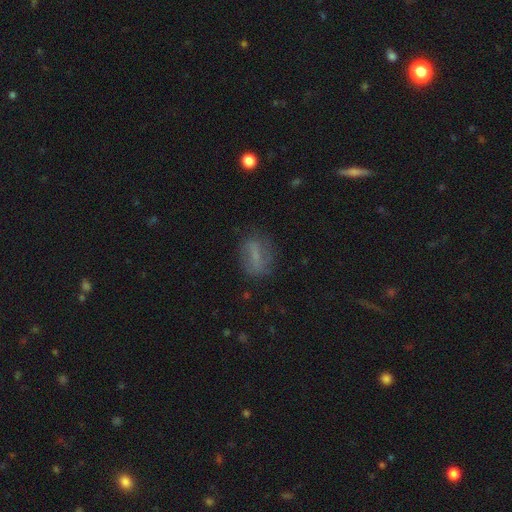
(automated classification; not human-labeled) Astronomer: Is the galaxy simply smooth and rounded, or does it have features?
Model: smooth — 53% (runner-up: featured or disk, 35%).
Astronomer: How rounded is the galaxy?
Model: in between — 61%.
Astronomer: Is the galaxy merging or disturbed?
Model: none — 73%.